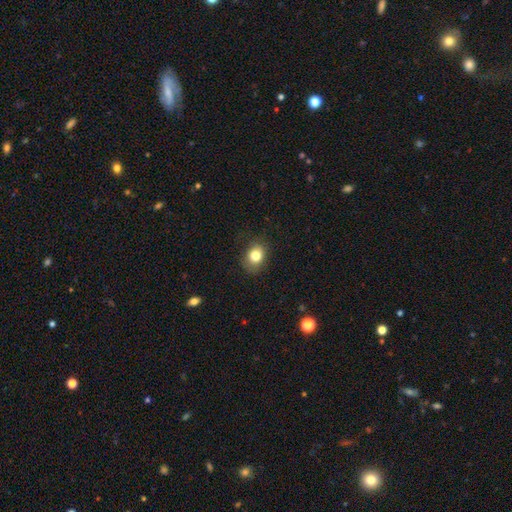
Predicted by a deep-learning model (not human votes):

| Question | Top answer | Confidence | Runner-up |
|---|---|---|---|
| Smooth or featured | smooth | 81% | star or artifact (10%) |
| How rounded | round | 51% | in between (48%) |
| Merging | none | 78% | minor disturbance (16%) |